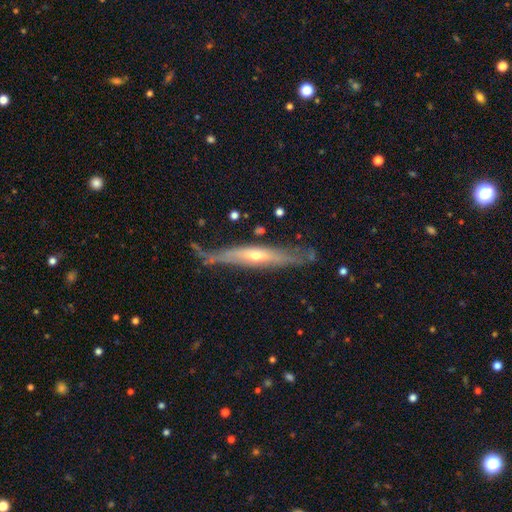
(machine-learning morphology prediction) Smooth or featured?
  - featured or disk: 70% *
  - smooth: 24%
  - star or artifact: 6%
Edge-on disk?
  - yes: 78% *
  - no: 22%
Edge-on bulge?
  - rounded: 77% *
  - none: 20%
  - boxy: 4%
Merging?
  - none: 65% *
  - minor disturbance: 23%
  - major disturbance: 8%
  - merger: 3%